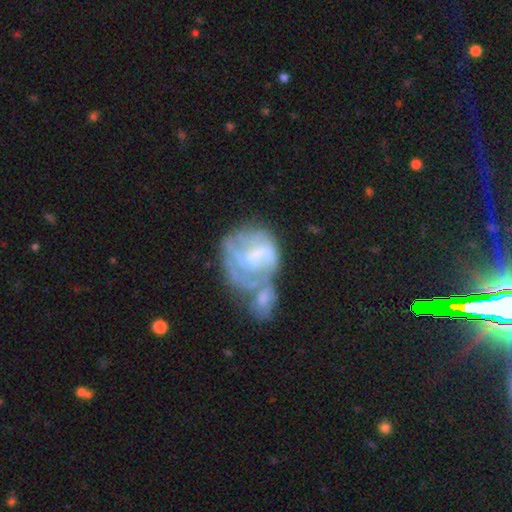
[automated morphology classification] The model was most divided on "spiral arms": yes: 54%, no: 46%. Remaining: edge-on disk — no (98%); smooth or featured — featured or disk (62%); bar — no (52%); bulge size — none (49%); merging — merger (46%).